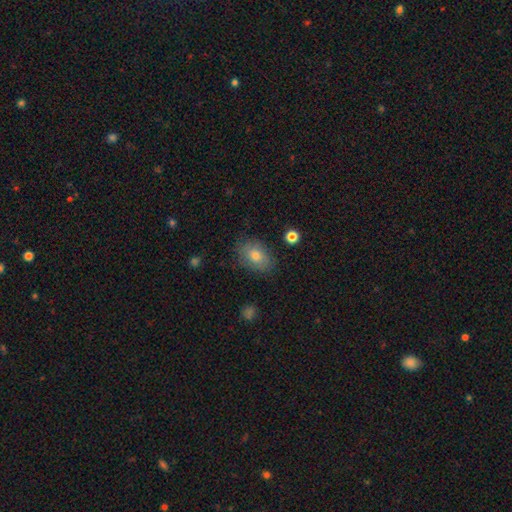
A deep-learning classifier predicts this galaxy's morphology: A smooth galaxy with no disk features (75%) that is in between round and cigar-shaped (80%).

Vote fractions:
- Smooth or featured? smooth: 75% / featured or disk: 16% / star or artifact: 9%
- How rounded? in between: 80% / round: 19% / cigar-shaped: 1%
- Merging? none: 81% / minor disturbance: 14% / major disturbance: 4% / merger: 1%